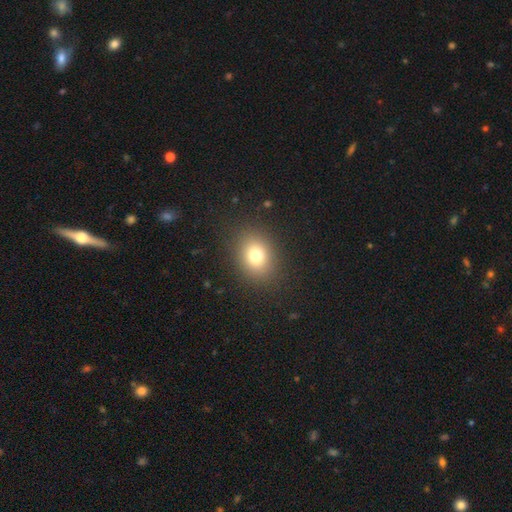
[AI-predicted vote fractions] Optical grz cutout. It shows a smooth galaxy with no disk features (77%) that is in between round and cigar-shaped (50%). Merging: none (87%).